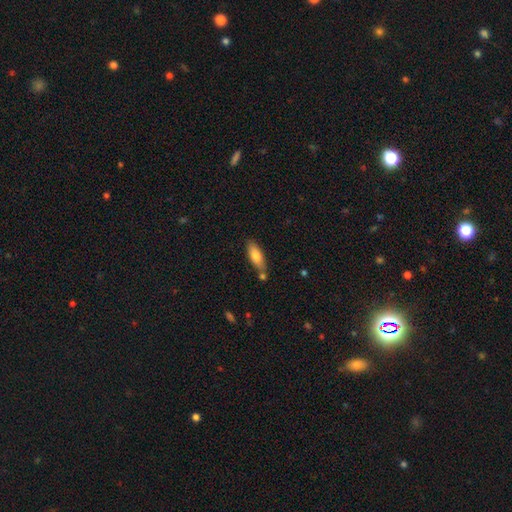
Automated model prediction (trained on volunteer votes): Smooth or featured?
  - smooth: 76% *
  - featured or disk: 18%
  - star or artifact: 6%
How rounded?
  - in between: 65% *
  - cigar-shaped: 32%
  - round: 2%
Merging?
  - none: 68% *
  - minor disturbance: 16%
  - merger: 13%
  - major disturbance: 3%